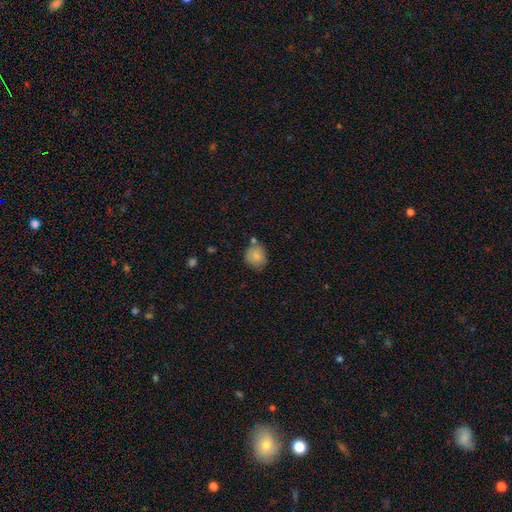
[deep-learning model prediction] smooth 83%, featured or disk 9%, star or artifact 8%. Down the decision tree: how rounded — round (80%); merging — none (64%).